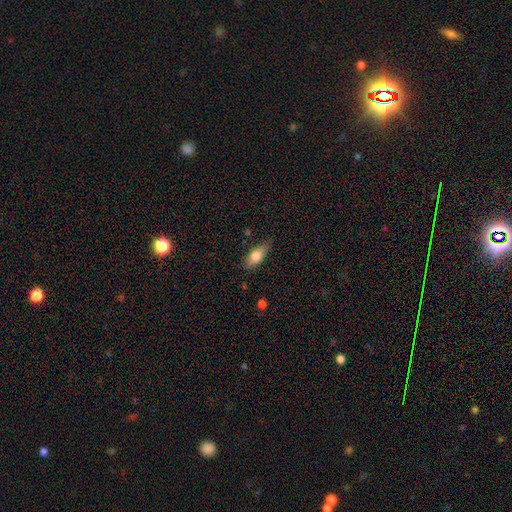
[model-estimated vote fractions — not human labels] smooth_or_featured: smooth (p=0.71) [alt: featured or disk p=0.22]
how_rounded: in between (p=0.73) [alt: cigar-shaped p=0.24]
merging: none (p=0.74) [alt: minor disturbance p=0.21]